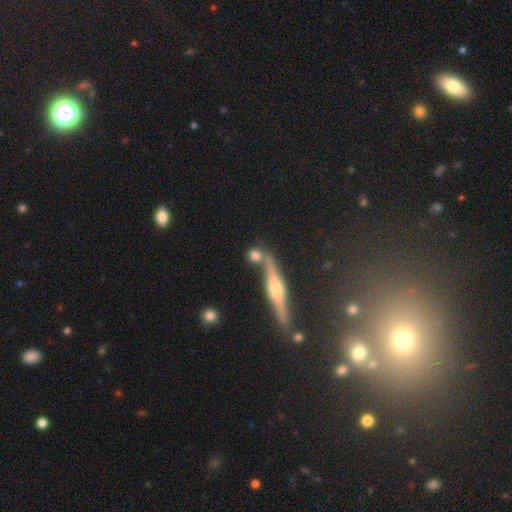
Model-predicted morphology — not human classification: Overall: smooth (68%). How rounded: round (77%). Merging: none (64%).